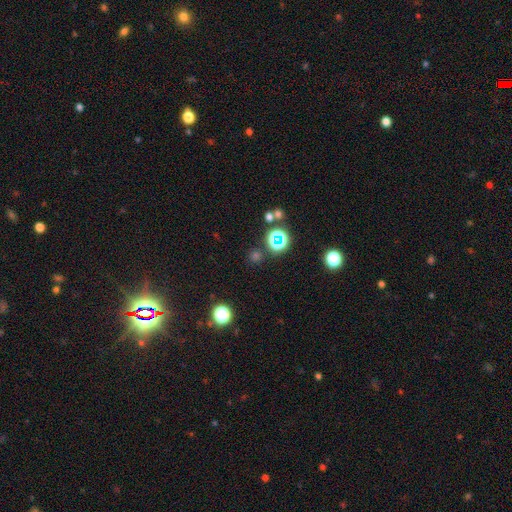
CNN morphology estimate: smooth-or-featured: star or artifact: 50% | smooth: 43% | featured or disk: 7%